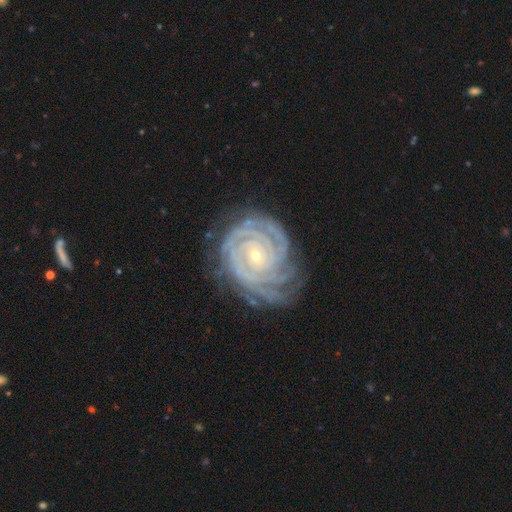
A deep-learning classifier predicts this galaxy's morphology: type=featured or disk (91%); edge-on=no (97%); bar=no (71%); spiral arms=yes (98%); winding=tight (88%); arm count=4 (25%); bulge=small (80%); merging=none (72%).